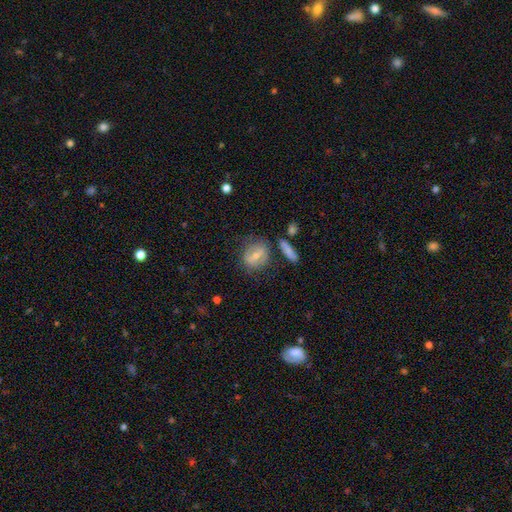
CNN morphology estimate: Smooth or featured?
  - featured or disk: 47% *
  - smooth: 45%
  - star or artifact: 8%
Merging?
  - none: 68% *
  - minor disturbance: 18%
  - major disturbance: 8%
  - merger: 7%